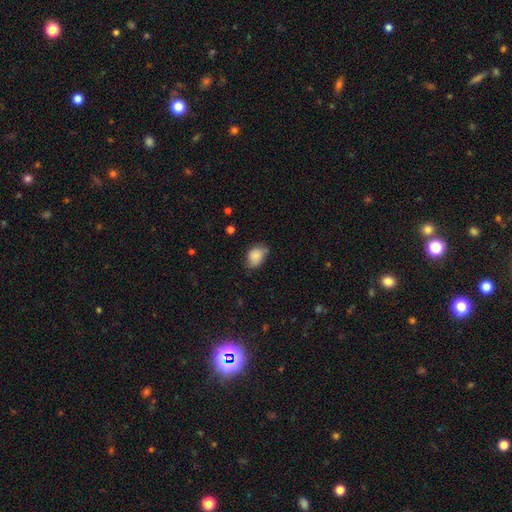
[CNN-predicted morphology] Q: Smooth or featured?
A: smooth (85%); runner-up: star or artifact (8%)
Q: How rounded?
A: in between (77%); runner-up: round (22%)
Q: Merging?
A: none (59%); runner-up: minor disturbance (32%)